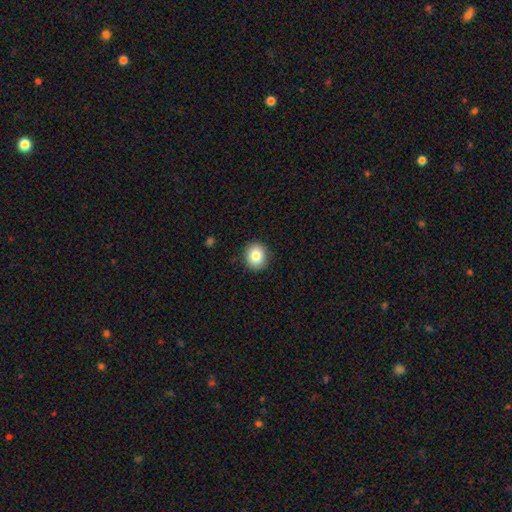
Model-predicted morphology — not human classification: Q: Smooth or featured?
A: smooth (83%); runner-up: star or artifact (9%)
Q: How rounded?
A: round (76%); runner-up: in between (23%)
Q: Merging?
A: none (90%); runner-up: minor disturbance (7%)